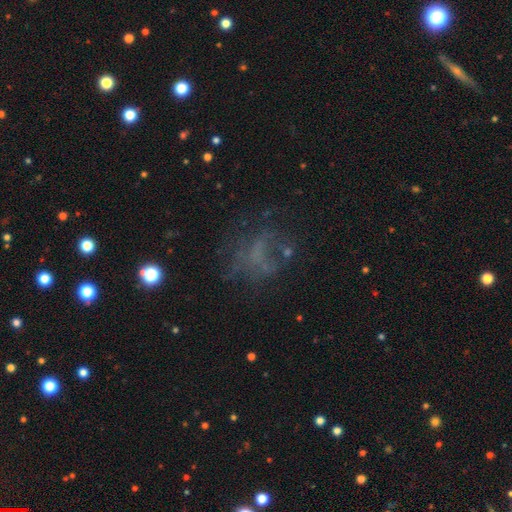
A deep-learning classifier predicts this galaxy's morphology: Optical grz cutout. It shows a featured or disk galaxy (38%). Merging: none (49%).